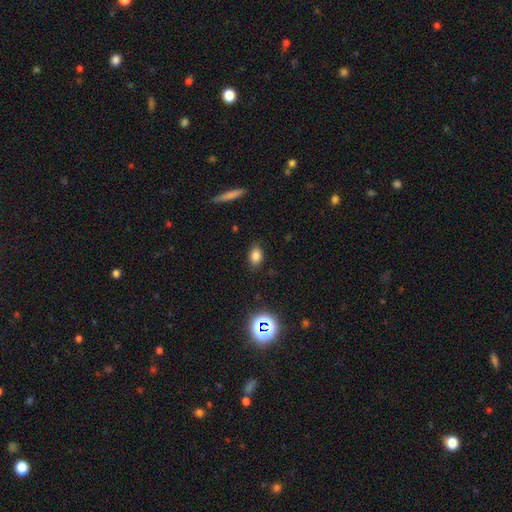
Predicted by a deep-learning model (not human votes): Q: Smooth or featured?
A: smooth (81%); runner-up: star or artifact (13%)
Q: How rounded?
A: in between (81%); runner-up: round (17%)
Q: Merging?
A: none (85%); runner-up: minor disturbance (11%)